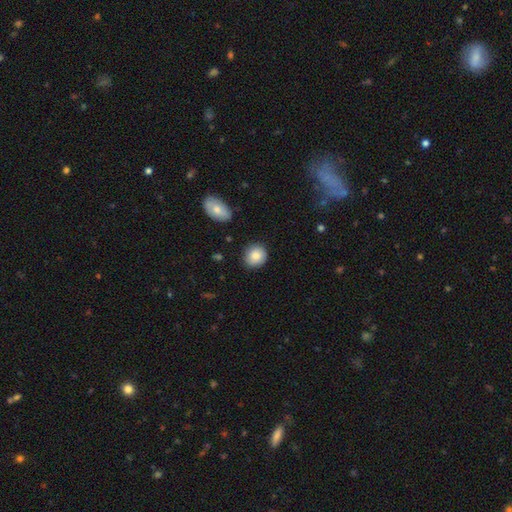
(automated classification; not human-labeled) The model was most divided on "how rounded": round: 82%, in between: 17%, cigar-shaped: 1%. More confident: merging — none (84%); smooth or featured — smooth (84%).